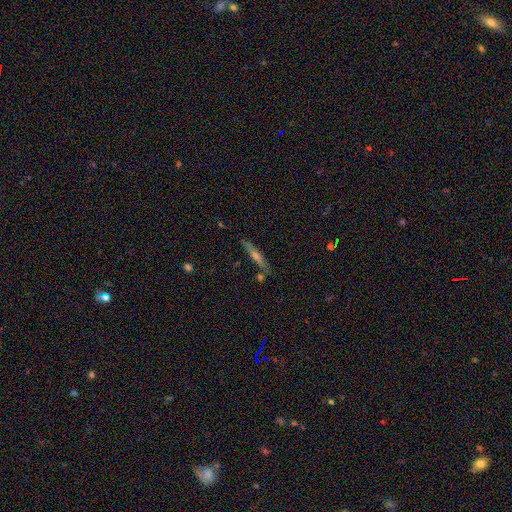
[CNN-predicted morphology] Smooth or featured?
  - featured or disk: 58% *
  - smooth: 32%
  - star or artifact: 9%
Edge-on disk?
  - yes: 94% *
  - no: 6%
Edge-on bulge?
  - rounded: 72% *
  - none: 21%
  - boxy: 7%
Merging?
  - none: 80% *
  - minor disturbance: 12%
  - merger: 5%
  - major disturbance: 3%